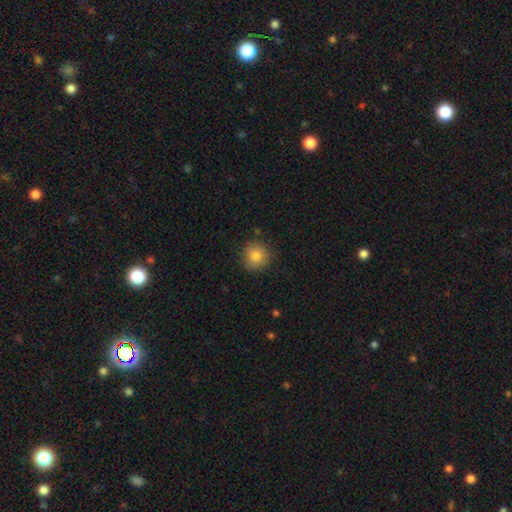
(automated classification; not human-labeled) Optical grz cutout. It shows a smooth galaxy with no disk features (83%) that is round (92%). Merging: none (85%).